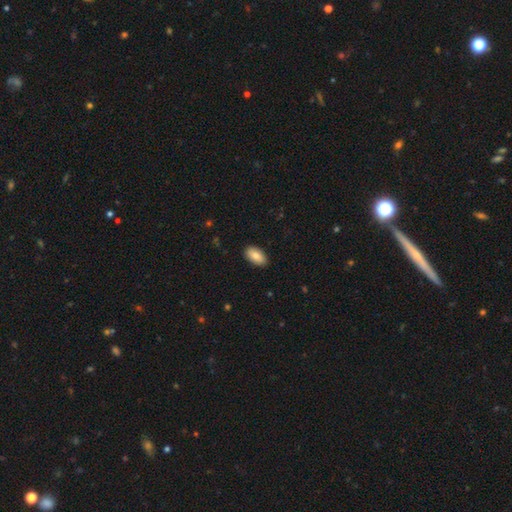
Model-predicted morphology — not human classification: smooth_or_featured: smooth (p=0.84) [alt: featured or disk p=0.10]
how_rounded: in between (p=0.94) [alt: cigar-shaped p=0.03]
merging: none (p=0.89) [alt: minor disturbance p=0.09]